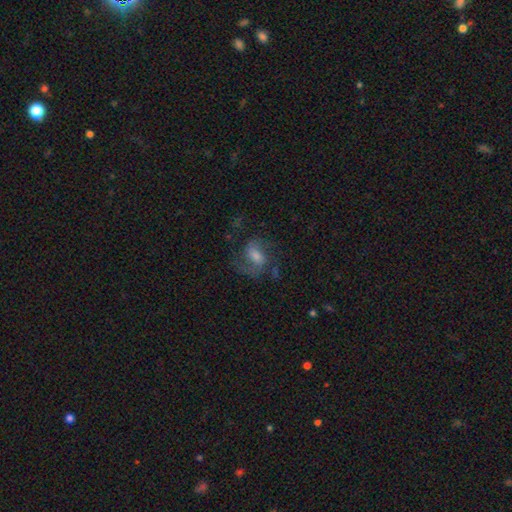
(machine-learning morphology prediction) This is likely a featured or disk galaxy (65%). It is clearly not viewed edge-on (97%). Bar: possibly weak (48%). Spiral arm pattern: clearly yes (90%). Spiral arm count: clearly 2 (81%). Spiral winding: possibly medium (51%). Central bulge: possibly moderate (45%). Merging: likely none (60%).